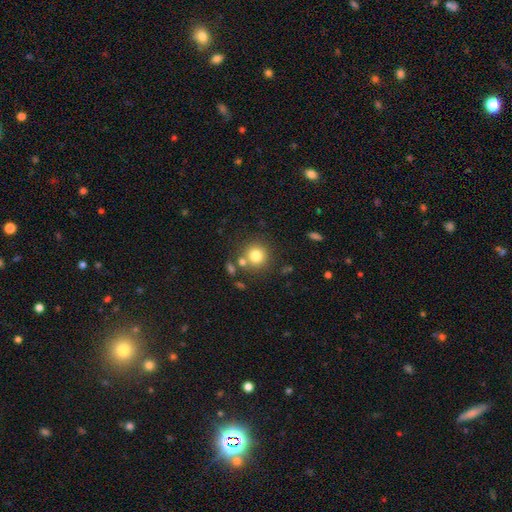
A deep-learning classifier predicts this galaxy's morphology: Smooth or featured? Predicted: smooth (p=0.78). How rounded? Predicted: round (p=0.92). Merging? Predicted: none (p=0.75).